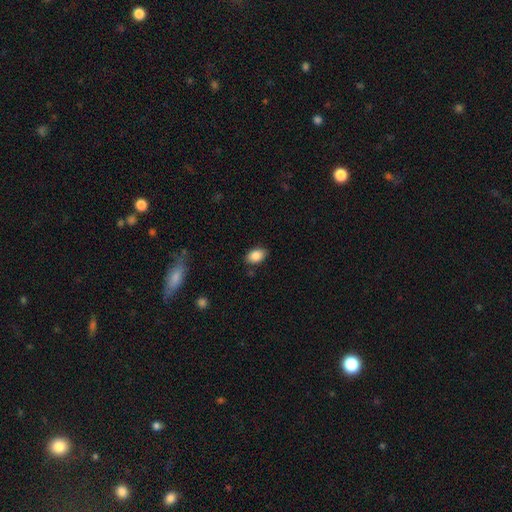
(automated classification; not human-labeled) The model was most divided on "merging": none: 83%, minor disturbance: 12%, major disturbance: 3%, merger: 2%. More confident: how rounded — in between (88%); smooth or featured — smooth (86%).